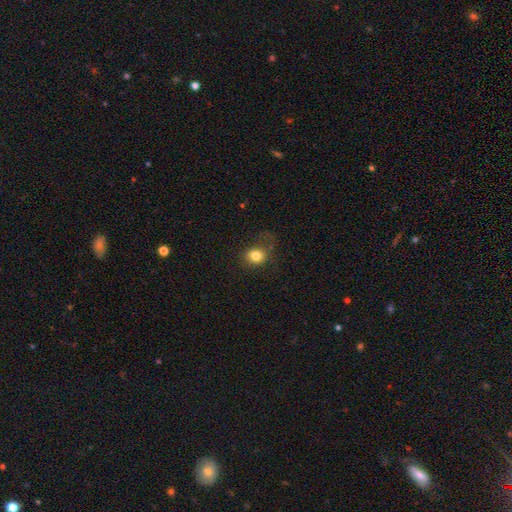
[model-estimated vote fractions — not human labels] This is clearly a smooth galaxy (81%). How rounded: likely round (66%). Merging: likely none (63%).